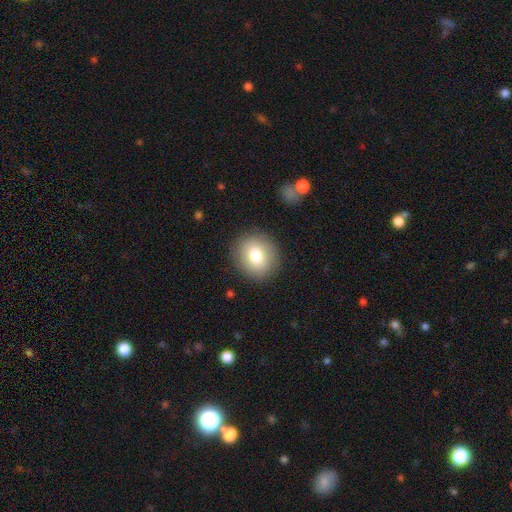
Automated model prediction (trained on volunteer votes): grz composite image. It shows a smooth galaxy with no disk features (78%) that is round (78%). Merging: none (89%).